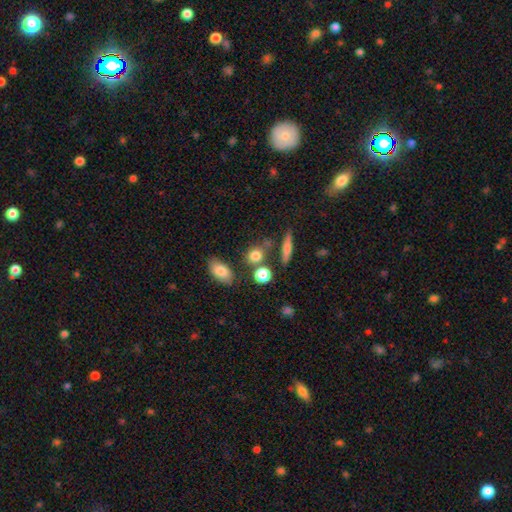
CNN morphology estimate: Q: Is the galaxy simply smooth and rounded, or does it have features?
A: smooth — 79%.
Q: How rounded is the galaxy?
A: round — 63%.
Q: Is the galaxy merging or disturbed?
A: none — 67%.